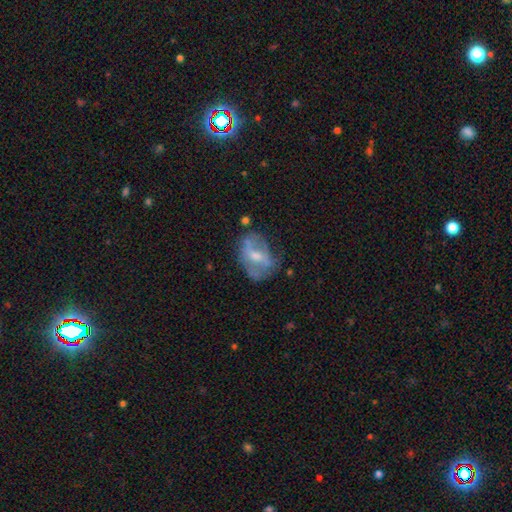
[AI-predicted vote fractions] Morphology: type=featured or disk (55%); edge-on=no (94%); bar=weak (42%); spiral arms=no (65%); bulge=moderate (52%); merging=none (51%).